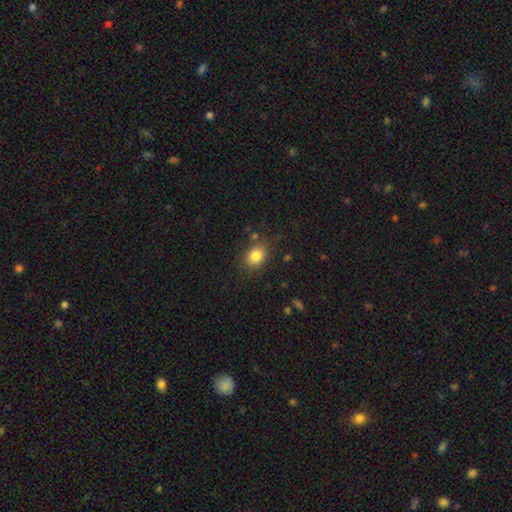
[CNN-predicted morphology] A smooth galaxy with no disk features (83%) that is in between round and cigar-shaped (56%).

Vote fractions:
- Smooth or featured? smooth: 83% / star or artifact: 10% / featured or disk: 7%
- How rounded? in between: 56% / round: 42% / cigar-shaped: 1%
- Merging? none: 79% / minor disturbance: 14% / major disturbance: 4% / merger: 4%